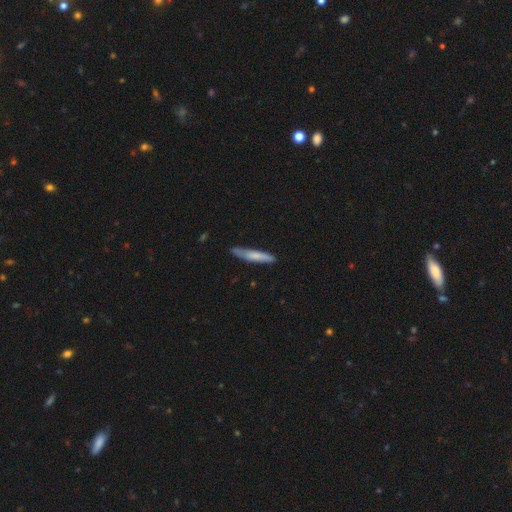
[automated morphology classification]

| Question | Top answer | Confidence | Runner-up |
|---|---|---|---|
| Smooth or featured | smooth | 67% | featured or disk (27%) |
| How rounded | cigar-shaped | 91% | in between (8%) |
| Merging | none | 75% | minor disturbance (20%) |